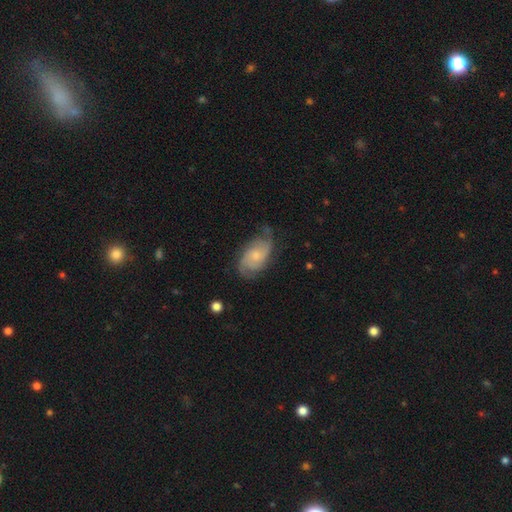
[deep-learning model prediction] smooth_or_featured: featured or disk (p=0.76) [alt: smooth p=0.18]
disk_edge_on: no (p=0.96) [alt: yes p=0.04]
bar: no (p=0.69) [alt: weak p=0.28]
has_spiral_arms: yes (p=0.94) [alt: no p=0.06]
spiral_winding: medium (p=0.44) [alt: tight p=0.38]
spiral_arm_count: 2 (p=0.47) [alt: can't tell p=0.21]
bulge_size: small (p=0.51) [alt: moderate p=0.39]
merging: none (p=0.65) [alt: minor disturbance p=0.24]